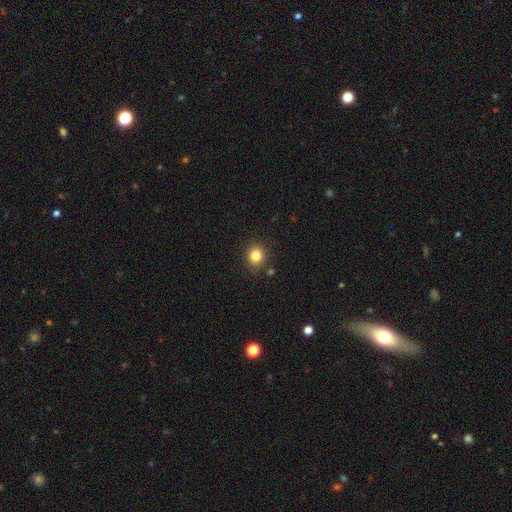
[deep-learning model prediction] smooth 83%, star or artifact 11%, featured or disk 6%. Down the decision tree: how rounded — round (79%); merging — none (86%).